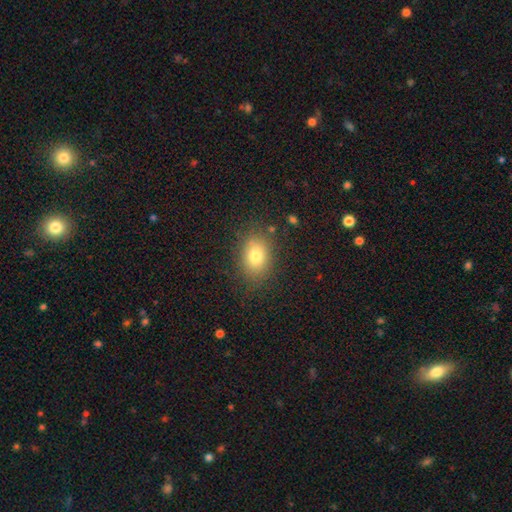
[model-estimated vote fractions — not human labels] smooth 79%, star or artifact 11%, featured or disk 10%. Down the decision tree: how rounded — in between (73%); merging — none (84%).